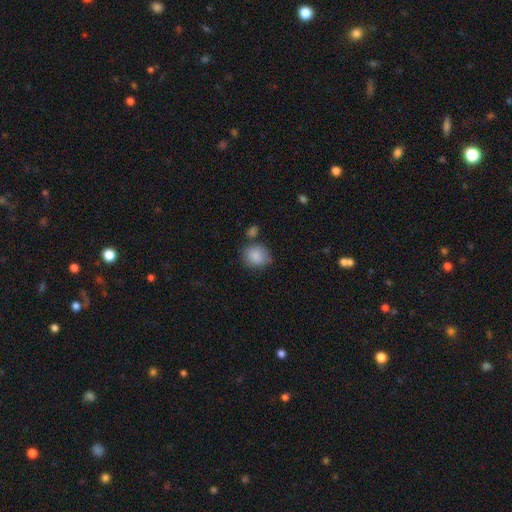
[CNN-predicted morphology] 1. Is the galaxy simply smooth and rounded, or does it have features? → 86% smooth, 8% star or artifact, 6% featured or disk.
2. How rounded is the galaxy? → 73% round, 26% in between, 1% cigar-shaped.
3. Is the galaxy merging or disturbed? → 65% none, 19% minor disturbance, 10% merger, 5% major disturbance.